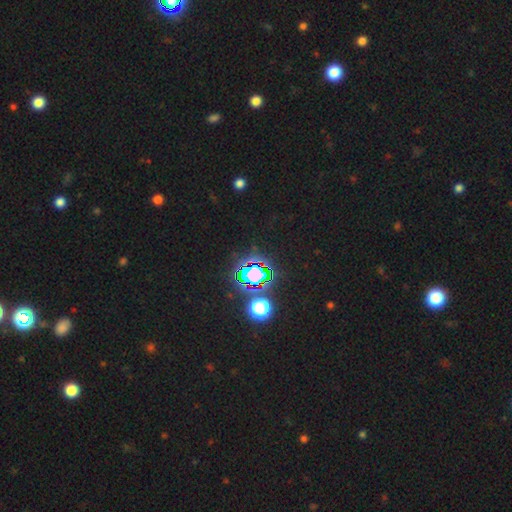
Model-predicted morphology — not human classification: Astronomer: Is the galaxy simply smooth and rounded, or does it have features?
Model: star or artifact — 81%.